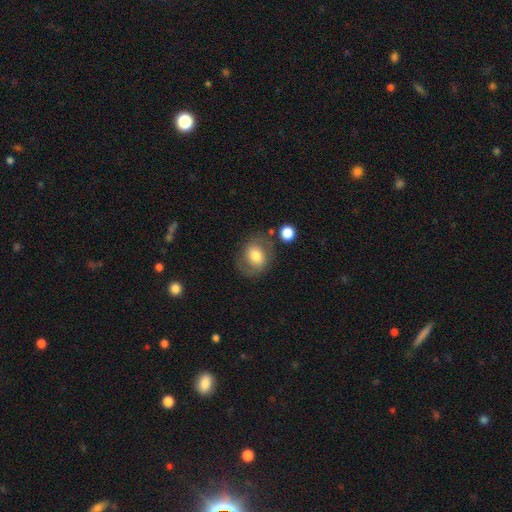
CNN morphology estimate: Smooth or featured: smooth — 64% (featured or disk — 28%)
How rounded: round — 55% (in between — 44%)
Merging: none — 68% (minor disturbance — 19%)